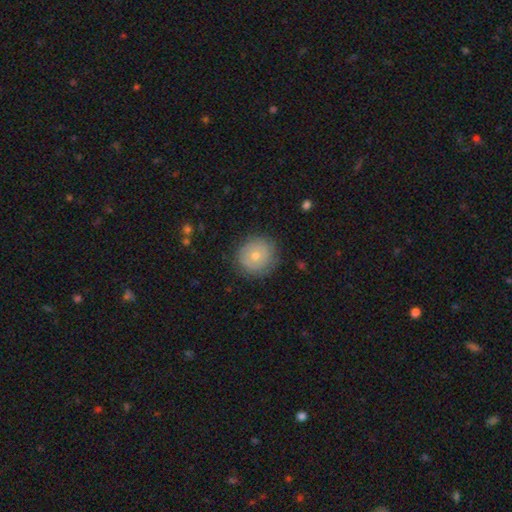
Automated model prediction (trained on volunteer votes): This is likely a smooth galaxy (64%). How rounded: clearly round (92%). Merging: clearly none (81%).